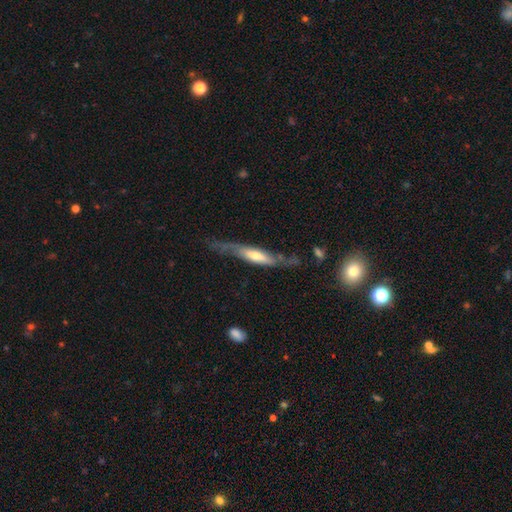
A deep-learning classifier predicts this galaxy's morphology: smooth_or_featured: featured or disk (p=0.64) [alt: smooth p=0.30]
disk_edge_on: yes (p=0.65) [alt: no p=0.35]
merging: none (p=0.54) [alt: minor disturbance p=0.25]